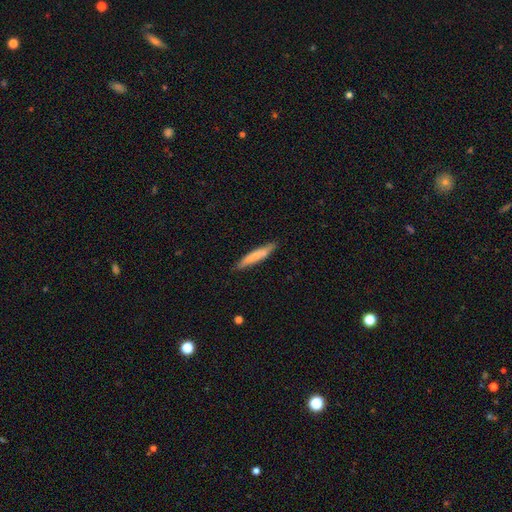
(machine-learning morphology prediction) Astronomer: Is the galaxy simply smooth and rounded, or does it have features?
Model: smooth — 72%.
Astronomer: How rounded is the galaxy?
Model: cigar-shaped — 92%.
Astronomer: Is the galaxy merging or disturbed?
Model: none — 86%.